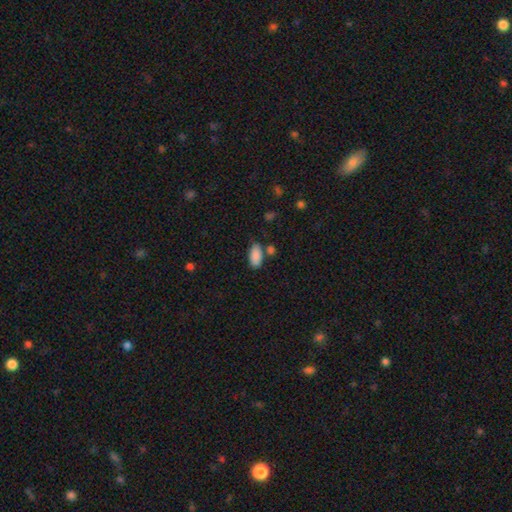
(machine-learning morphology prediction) This is clearly a smooth galaxy (89%). How rounded: clearly in between (92%). Merging: likely none (70%).